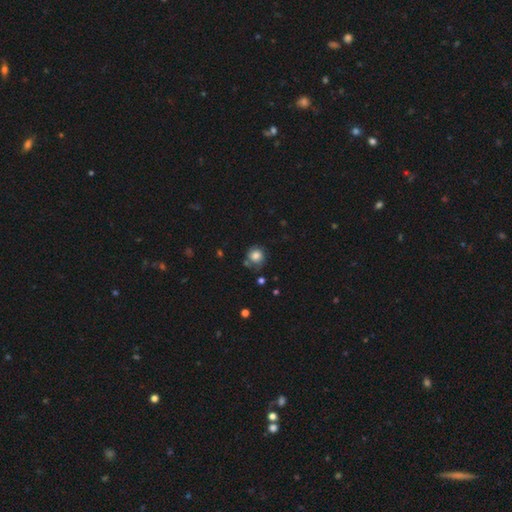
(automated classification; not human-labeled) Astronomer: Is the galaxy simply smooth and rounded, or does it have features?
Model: smooth — 80%.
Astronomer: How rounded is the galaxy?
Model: round — 86%.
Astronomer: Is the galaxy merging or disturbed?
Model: none — 66%.